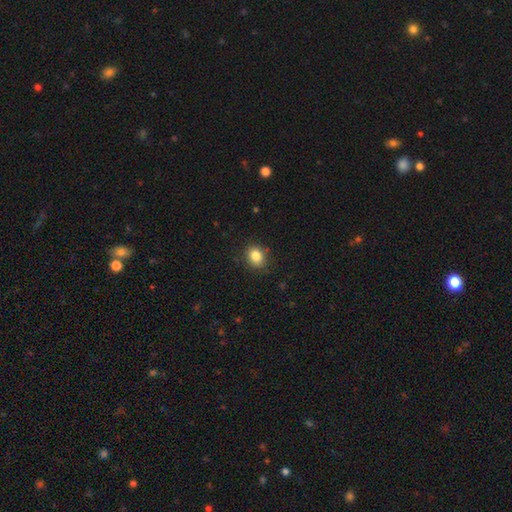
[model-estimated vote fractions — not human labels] smooth_or_featured: smooth (p=0.84) [alt: star or artifact p=0.10]
how_rounded: round (p=0.52) [alt: in between p=0.47]
merging: none (p=0.87) [alt: minor disturbance p=0.09]